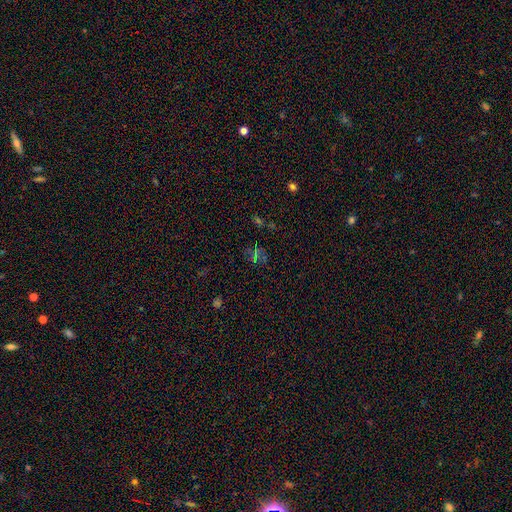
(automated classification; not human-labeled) Smooth or featured? star or artifact (59%)